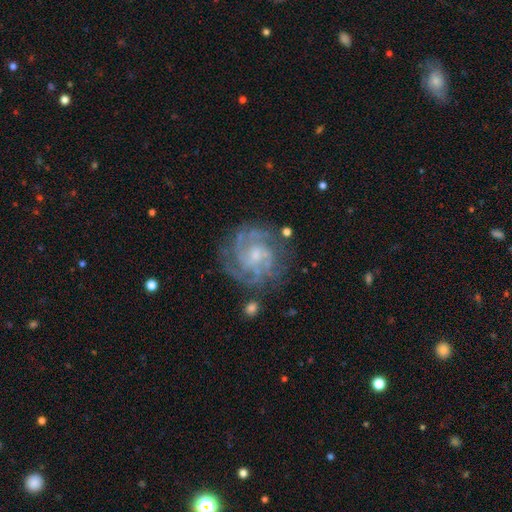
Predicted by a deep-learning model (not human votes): smooth-or-featured: featured or disk: 84% | smooth: 9% | star or artifact: 7%
  disk-edge-on: no: 98% | yes: 2%
    bar: no: 65% | weak: 30% | strong: 5%
    has-spiral-arms: yes: 94% | no: 6%
      spiral-winding: tight: 57% | medium: 35% | loose: 8%
      spiral-arm-count: can't tell: 29% | 3: 26% | 4: 17% | 2: 16% | more than 4: 6% | 1: 6%
    bulge-size: small: 64% | moderate: 26% | none: 7% | large: 2% | dominant: 1%
  merging: none: 73% | minor disturbance: 16% | major disturbance: 8% | merger: 2%